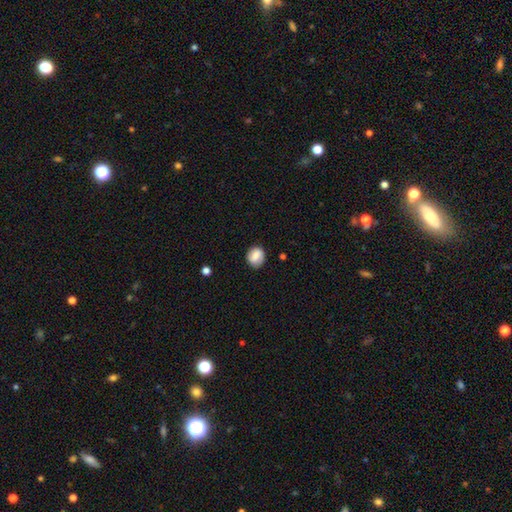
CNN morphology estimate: type=smooth (72%); roundness=round (76%); merging=none (81%).